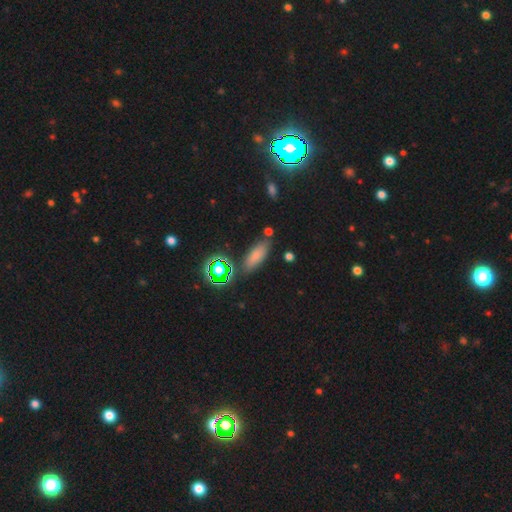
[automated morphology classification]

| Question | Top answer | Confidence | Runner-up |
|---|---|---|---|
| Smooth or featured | smooth | 71% | star or artifact (20%) |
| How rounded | in between | 70% | cigar-shaped (25%) |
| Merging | none | 76% | minor disturbance (14%) |